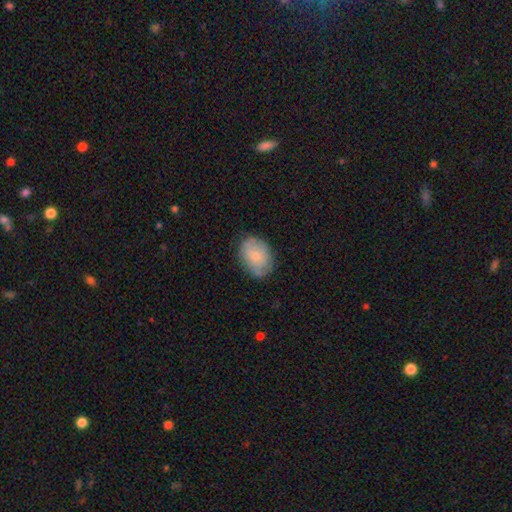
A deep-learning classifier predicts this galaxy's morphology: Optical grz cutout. It shows a smooth galaxy with no disk features (74%) that is in between round and cigar-shaped (76%). Merging: none (75%).